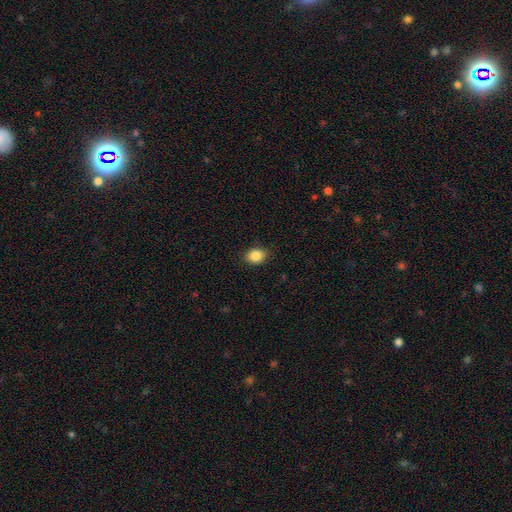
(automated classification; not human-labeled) Smooth or featured: smooth — 87% (star or artifact — 9%)
How rounded: in between — 57% (round — 42%)
Merging: none — 88% (minor disturbance — 9%)